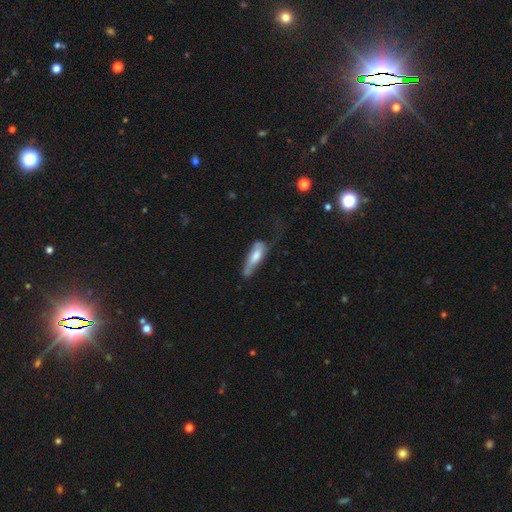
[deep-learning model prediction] Smooth or featured: smooth — 61% (featured or disk — 32%)
How rounded: cigar-shaped — 52% (in between — 46%)
Merging: minor disturbance — 32% (tied with major disturbance — 32%)